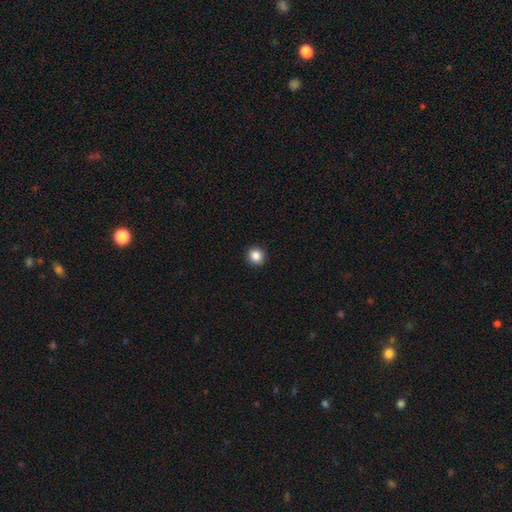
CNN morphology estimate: Smooth or featured? Predicted: smooth (p=0.86). How rounded? Predicted: round (p=0.93). Merging? Predicted: none (p=0.93).